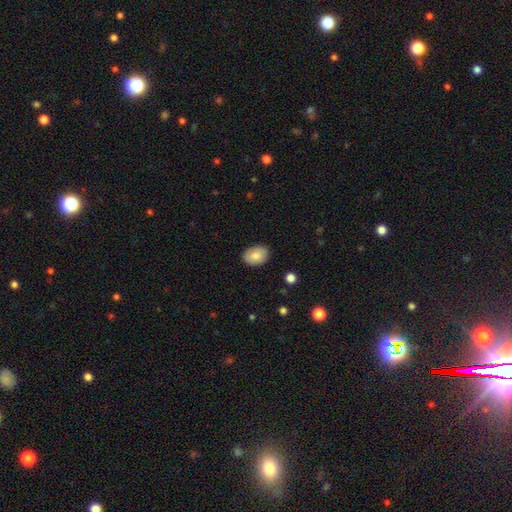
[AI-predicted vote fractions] Smooth or featured? Predicted: smooth (p=0.81). How rounded? Predicted: in between (p=0.80). Merging? Predicted: none (p=0.87).